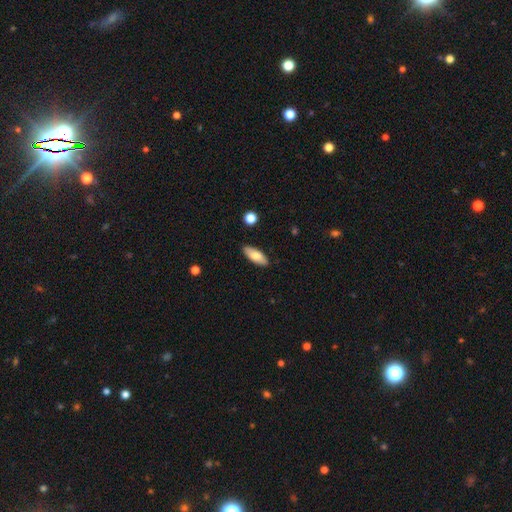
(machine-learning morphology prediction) smooth 78%, featured or disk 16%, star or artifact 6%. Down the decision tree: how rounded — in between (78%); merging — none (88%).